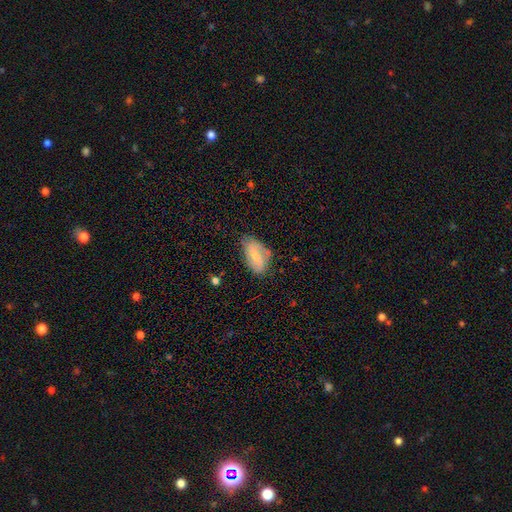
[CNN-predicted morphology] Smooth or featured? featured or disk (57%)
Edge-on disk? no (94%)
Bar? weak (45%)
Spiral arms? yes (79%)
Bulge size? small (53%)
Merging? none (64%)